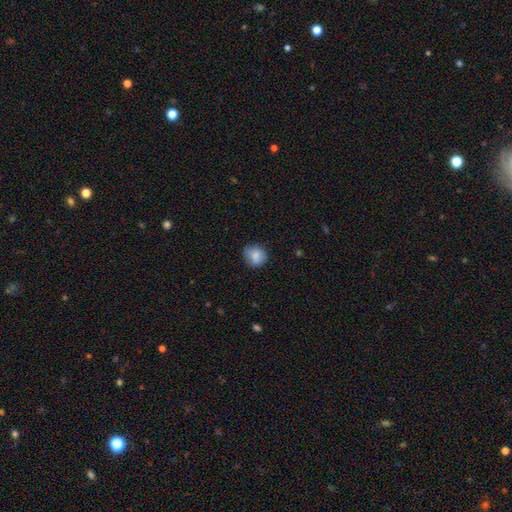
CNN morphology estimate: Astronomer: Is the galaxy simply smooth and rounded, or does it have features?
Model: smooth — 83%.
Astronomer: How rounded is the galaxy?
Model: round — 79%.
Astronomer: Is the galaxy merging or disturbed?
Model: none — 73%.